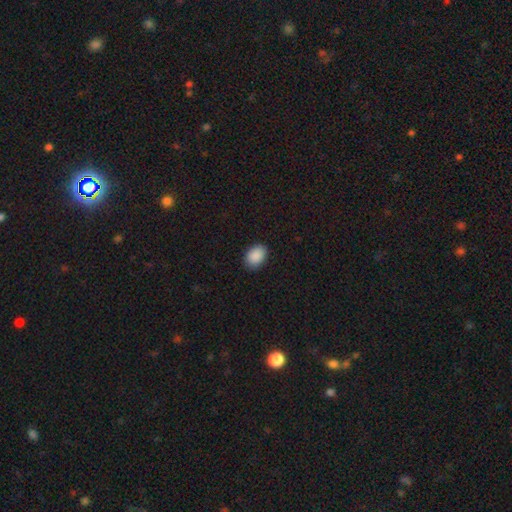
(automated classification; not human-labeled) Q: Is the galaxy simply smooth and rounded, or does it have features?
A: smooth — 90%.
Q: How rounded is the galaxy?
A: in between — 80%.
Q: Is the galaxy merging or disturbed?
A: none — 86%.